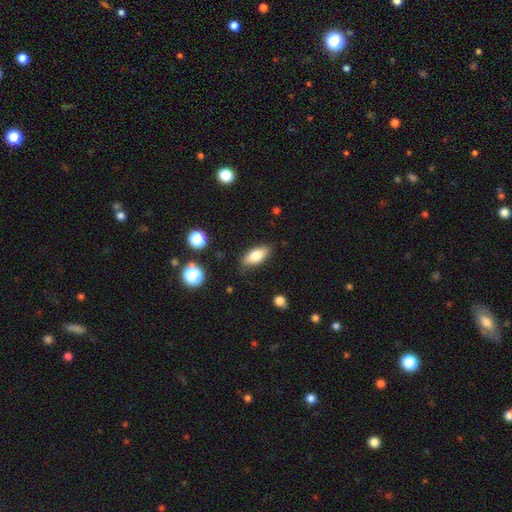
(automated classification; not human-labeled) This appears to be a smooth galaxy with no disk features (77%) that is in between round and cigar-shaped (83%). Merging: none (82%).